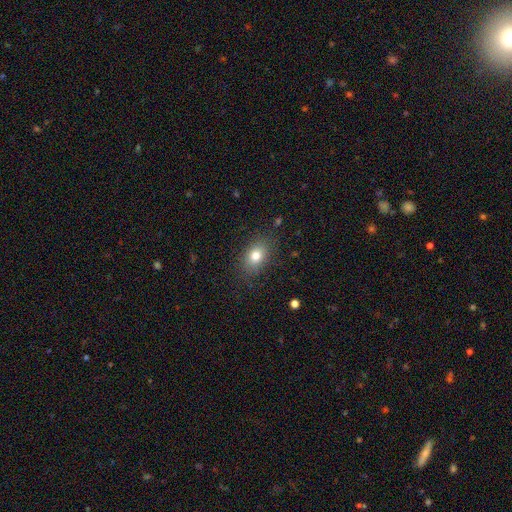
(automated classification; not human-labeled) Smooth or featured: smooth — 79% (star or artifact — 11%)
How rounded: in between — 74% (round — 25%)
Merging: none — 84% (minor disturbance — 11%)